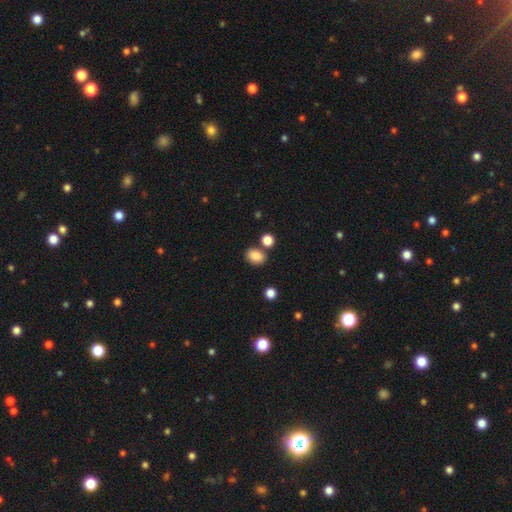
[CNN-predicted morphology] smooth 86%, star or artifact 10%, featured or disk 4%. Down the decision tree: how rounded — in between (71%); merging — none (73%).